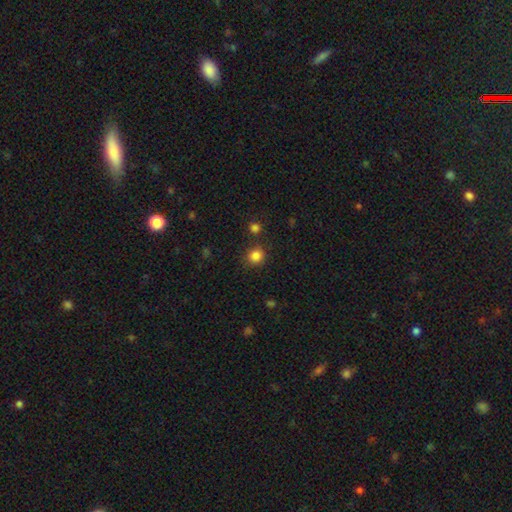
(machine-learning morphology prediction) Smooth or featured: smooth — 84% (star or artifact — 12%)
How rounded: round — 90% (in between — 9%)
Merging: none — 84% (minor disturbance — 8%)